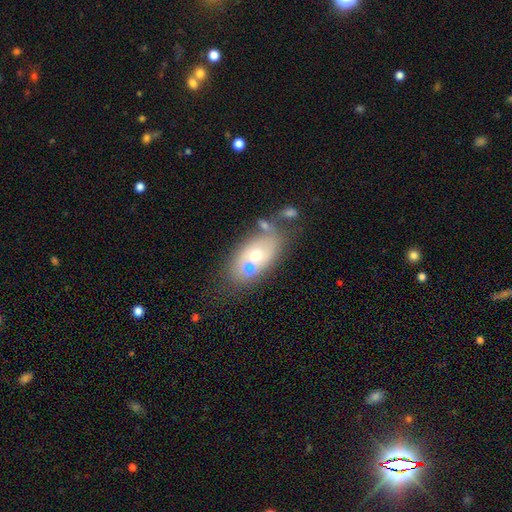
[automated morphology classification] type=smooth (48%); merging=merger (43%).